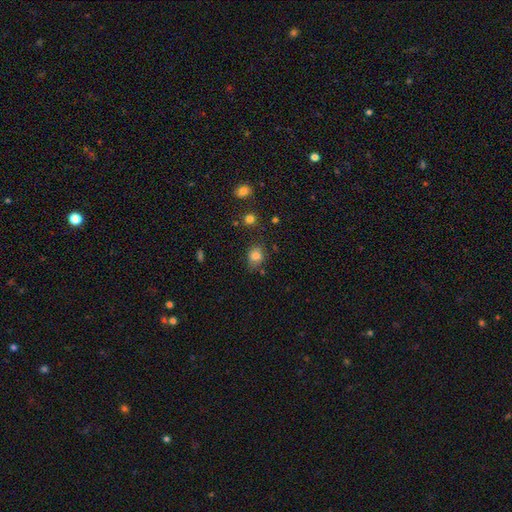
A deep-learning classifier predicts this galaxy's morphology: A smooth galaxy with no disk features (79%) that is round (51%).

Vote fractions:
- Smooth or featured? smooth: 79% / star or artifact: 12% / featured or disk: 9%
- How rounded? round: 51% / in between: 48% / cigar-shaped: 1%
- Merging? none: 67% / minor disturbance: 23% / major disturbance: 6% / merger: 4%